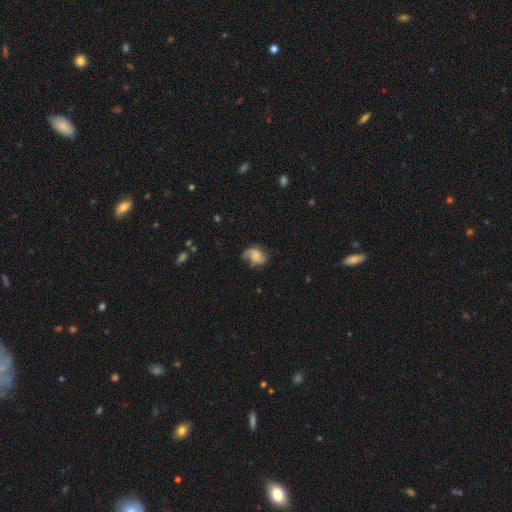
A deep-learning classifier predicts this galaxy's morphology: Smooth or featured? featured or disk (54%)
Edge-on disk? no (97%)
Bar? no (63%)
Spiral arms? yes (88%)
Bulge size? none (35%)
Merging? none (53%)